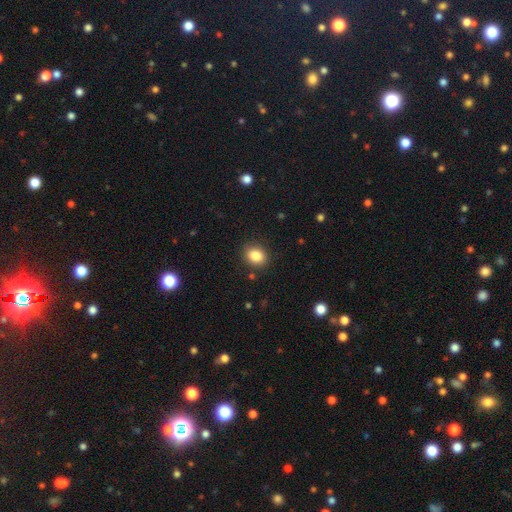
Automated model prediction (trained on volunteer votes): Smooth or featured? smooth (85%)
How rounded? in between (50%)
Merging? none (87%)